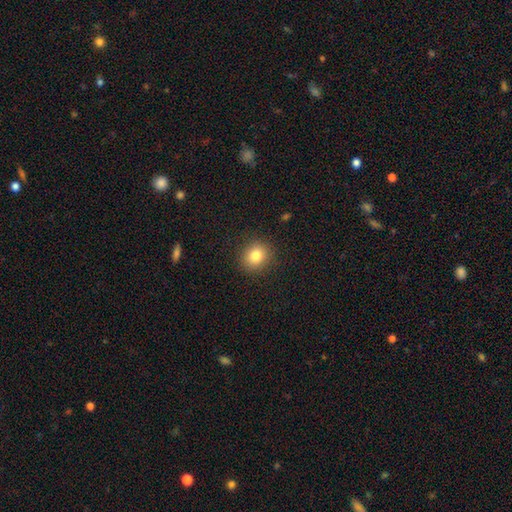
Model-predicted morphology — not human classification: This is clearly a smooth galaxy (82%). How rounded: likely round (80%). Merging: clearly none (90%).